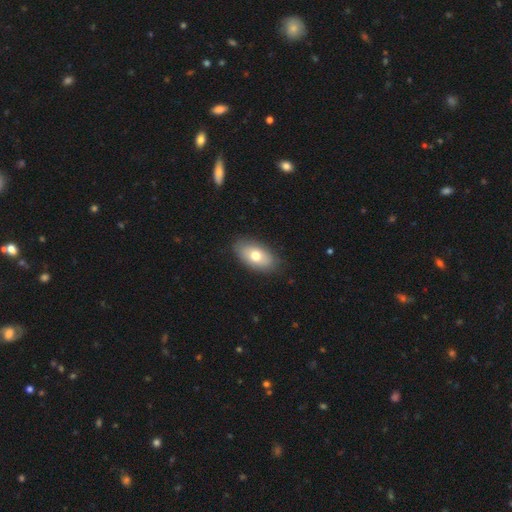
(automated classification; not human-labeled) A smooth galaxy with no disk features (71%) that is in between round and cigar-shaped (92%). Merging: none (85%).